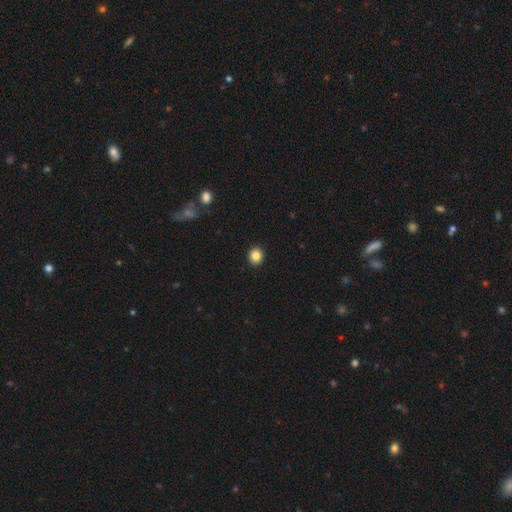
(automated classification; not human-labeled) This appears to be a smooth galaxy with no disk features (85%) that is round (87%). Merging: none (93%).